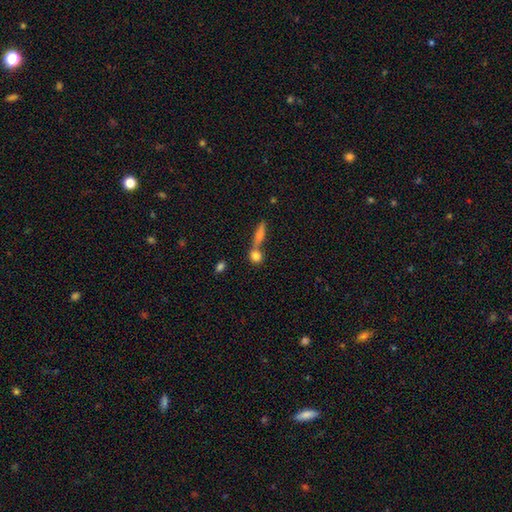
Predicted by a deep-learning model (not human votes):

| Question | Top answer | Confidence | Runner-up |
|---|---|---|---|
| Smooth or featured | smooth | 79% | featured or disk (12%) |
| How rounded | round | 68% | in between (23%) |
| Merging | none | 47% | merger (42%) |